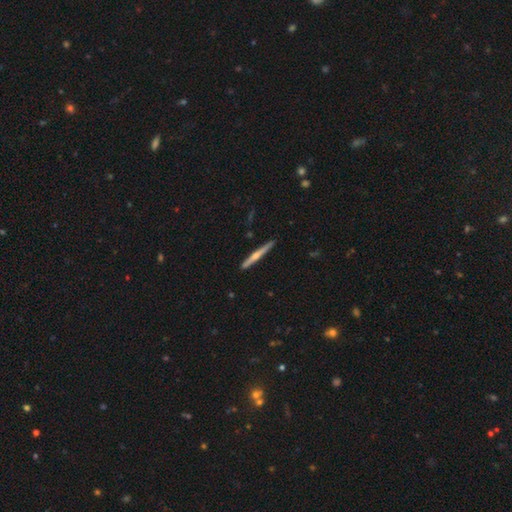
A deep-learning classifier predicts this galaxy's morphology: smooth-or-featured: featured or disk: 62% | smooth: 32% | star or artifact: 5%
  disk-edge-on: yes: 98% | no: 2%
    edge-on-bulge: rounded: 81% | none: 15% | boxy: 4%
  merging: none: 91% | minor disturbance: 6% | merger: 1% | major disturbance: 1%